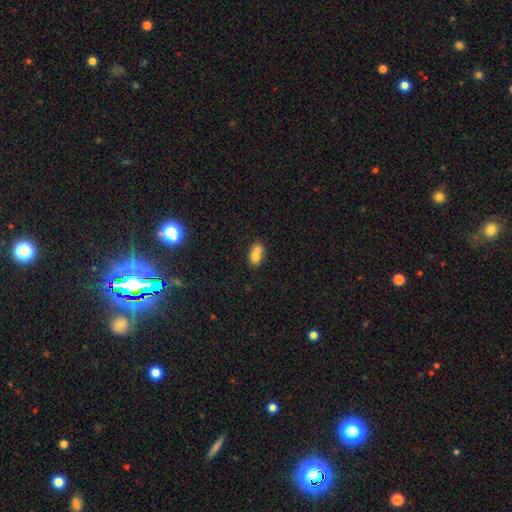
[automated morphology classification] type=smooth (74%); roundness=in between (75%); merging=merger (42%).